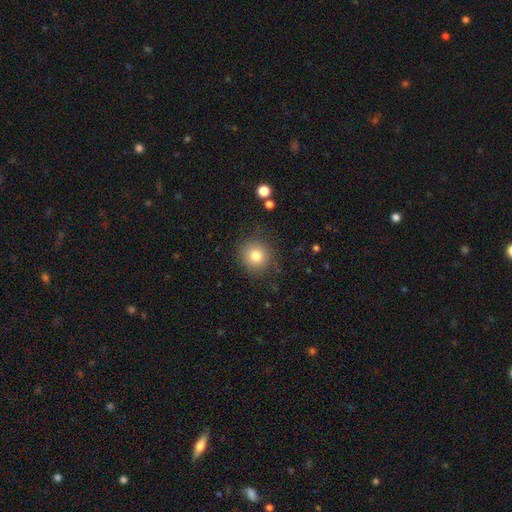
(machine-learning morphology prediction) smooth_or_featured: smooth (p=0.82) [alt: star or artifact p=0.10]
how_rounded: round (p=0.89) [alt: in between p=0.10]
merging: none (p=0.83) [alt: minor disturbance p=0.12]